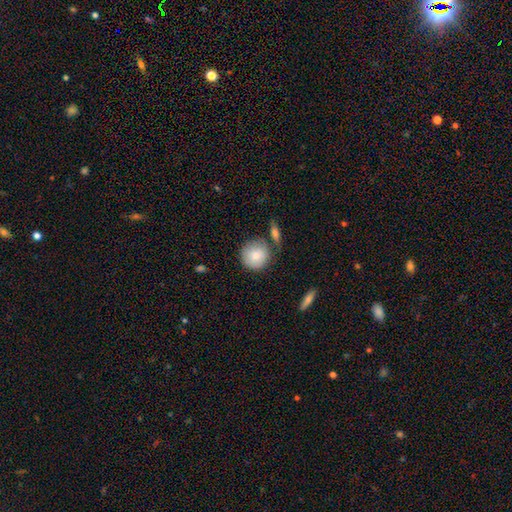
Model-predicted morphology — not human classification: Smooth or featured: smooth — 83% (featured or disk — 11%)
How rounded: round — 92% (in between — 7%)
Merging: none — 69% (minor disturbance — 15%)